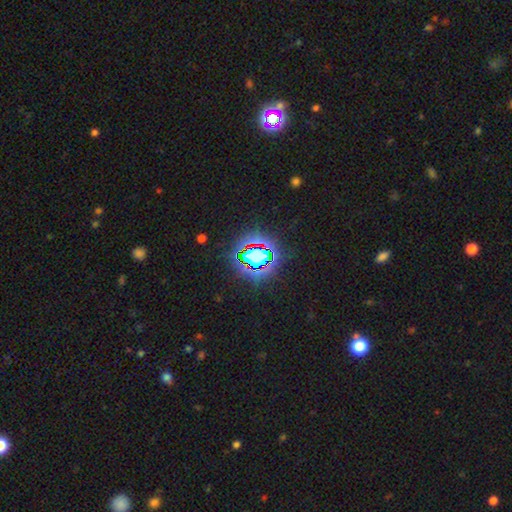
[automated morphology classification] smooth_or_featured: star or artifact (p=0.67) [alt: smooth p=0.21]